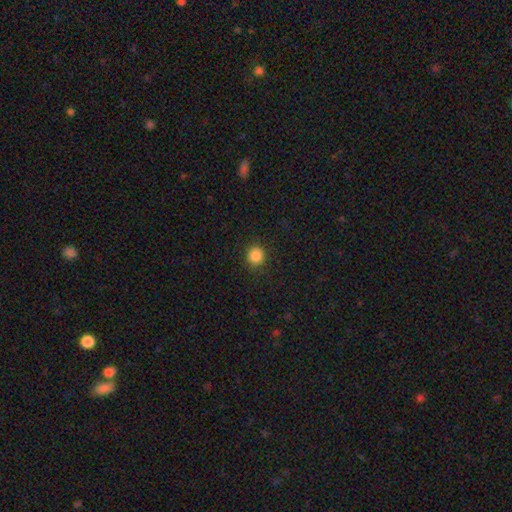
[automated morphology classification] smooth 86%, star or artifact 11%, featured or disk 3%. Down the decision tree: how rounded — round (90%); merging — none (90%).